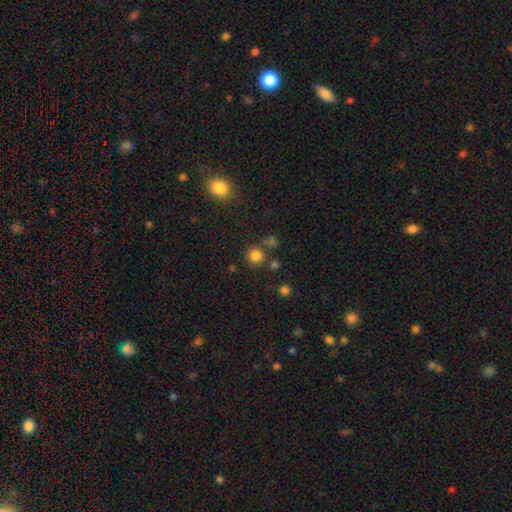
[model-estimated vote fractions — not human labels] Overall: smooth (79%). How rounded: round (91%). Merging: none (76%).